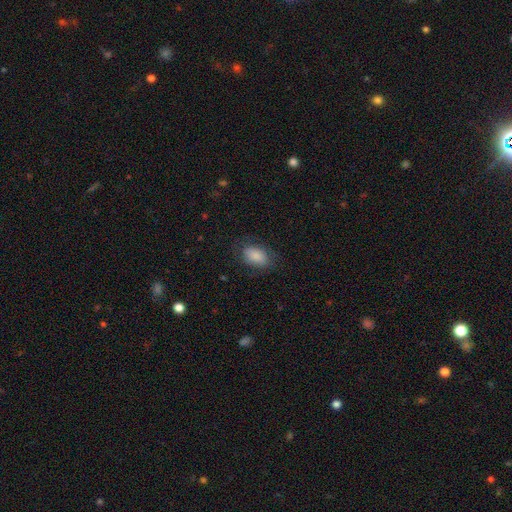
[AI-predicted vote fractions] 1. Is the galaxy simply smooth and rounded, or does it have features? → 85% smooth, 8% featured or disk, 7% star or artifact.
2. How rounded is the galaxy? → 90% in between, 9% round, 2% cigar-shaped.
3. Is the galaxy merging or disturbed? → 75% none, 17% minor disturbance, 7% major disturbance, 1% merger.